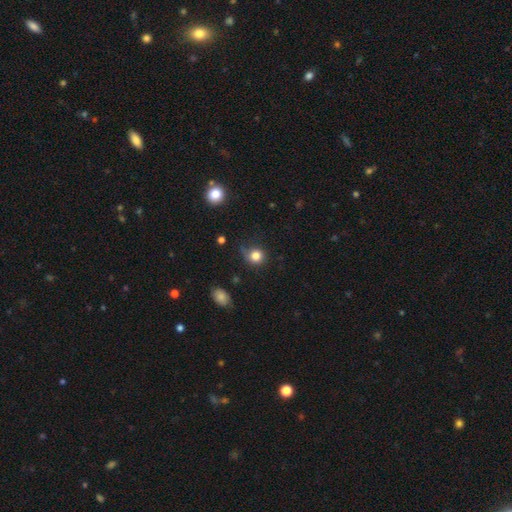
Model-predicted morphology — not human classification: Smooth or featured? smooth (82%)
How rounded? round (86%)
Merging? none (63%)